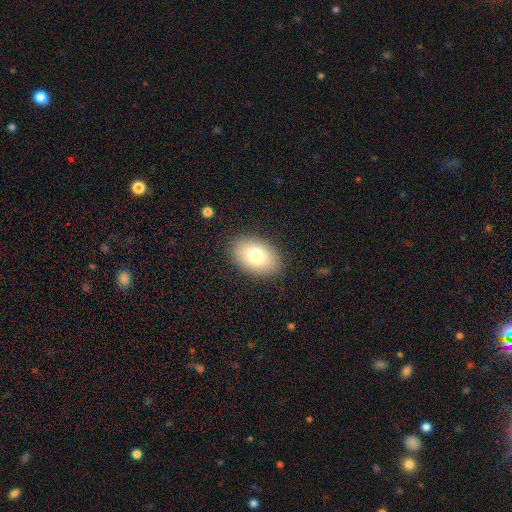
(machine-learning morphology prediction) This is likely a smooth galaxy (78%). How rounded: clearly in between (86%). Merging: clearly none (87%).